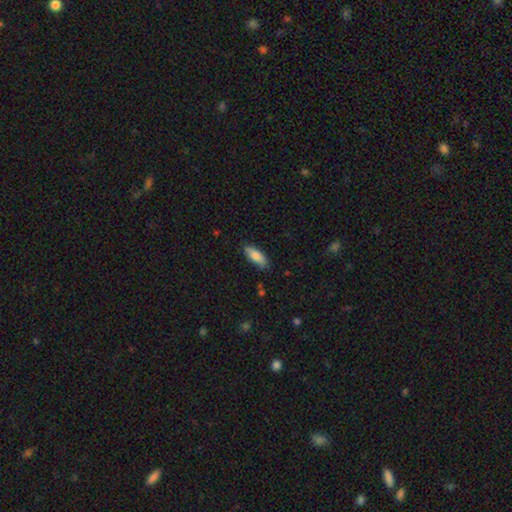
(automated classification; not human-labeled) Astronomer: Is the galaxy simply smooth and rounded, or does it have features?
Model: smooth — 78%.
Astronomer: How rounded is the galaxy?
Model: in between — 71%.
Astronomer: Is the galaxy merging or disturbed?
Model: none — 81%.